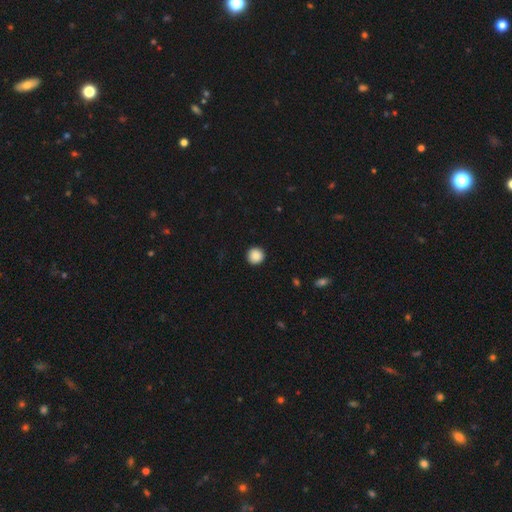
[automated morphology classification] smooth_or_featured: smooth (p=0.89) [alt: star or artifact p=0.09]
how_rounded: round (p=0.95) [alt: in between p=0.04]
merging: none (p=0.93) [alt: minor disturbance p=0.05]